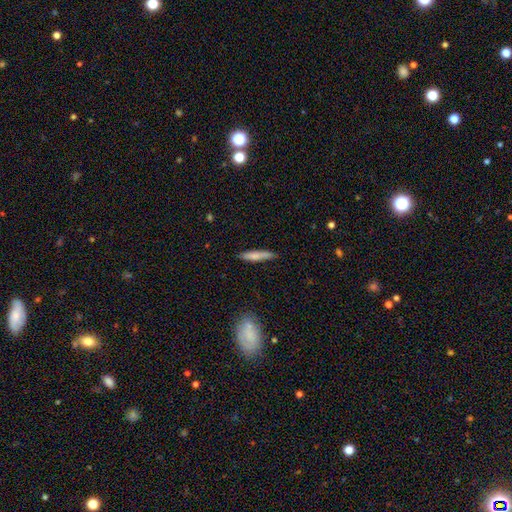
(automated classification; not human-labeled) This is likely a smooth galaxy (77%). How rounded: clearly cigar-shaped (87%). Merging: clearly none (86%).